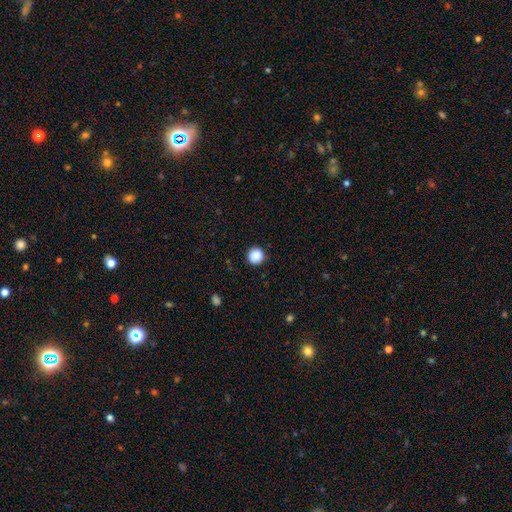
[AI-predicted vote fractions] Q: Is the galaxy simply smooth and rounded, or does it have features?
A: smooth — 88%.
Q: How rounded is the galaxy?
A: round — 95%.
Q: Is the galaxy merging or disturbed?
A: none — 91%.